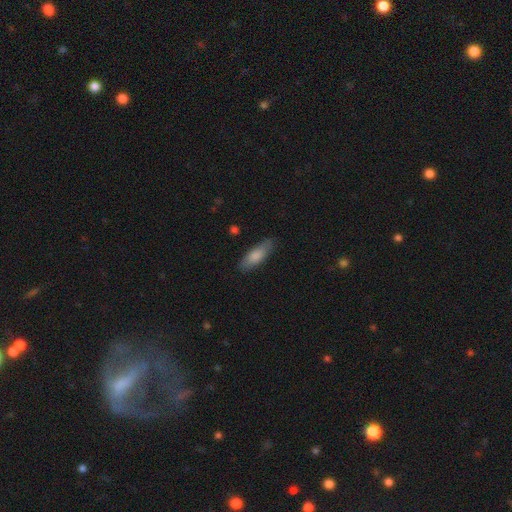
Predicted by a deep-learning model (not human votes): A smooth galaxy with no disk features (80%) that is in between round and cigar-shaped (59%). Merging: none (81%).